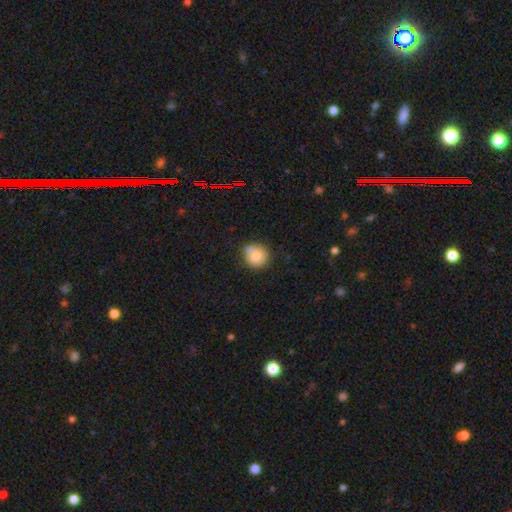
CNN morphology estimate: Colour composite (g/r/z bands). It shows a smooth galaxy with no disk features (79%) that is round (88%). Merging: none (64%).